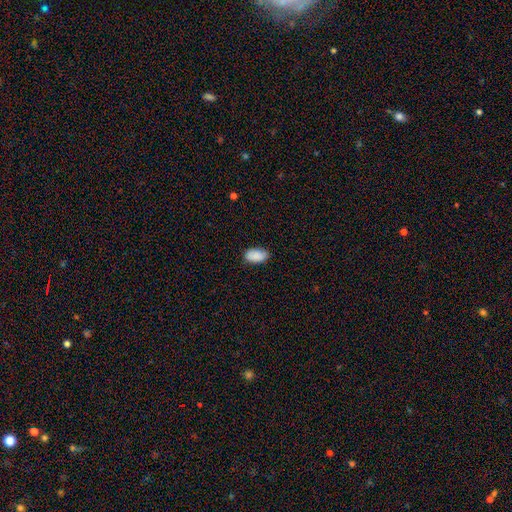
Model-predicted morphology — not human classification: This is clearly a smooth galaxy (89%). How rounded: clearly in between (94%). Merging: clearly none (83%).